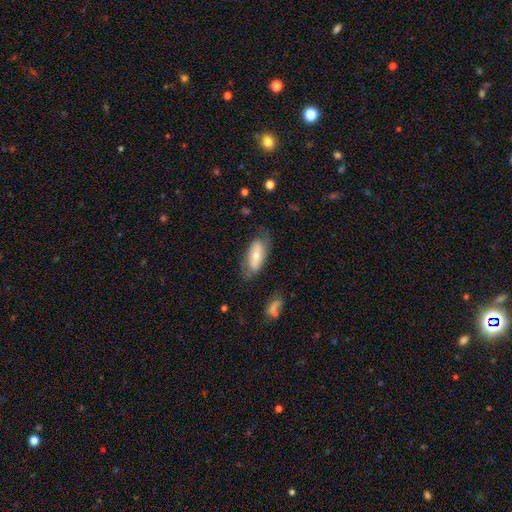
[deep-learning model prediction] Smooth or featured? Predicted: smooth (p=0.47, tied with featured or disk). Merging? Predicted: none (p=0.69).